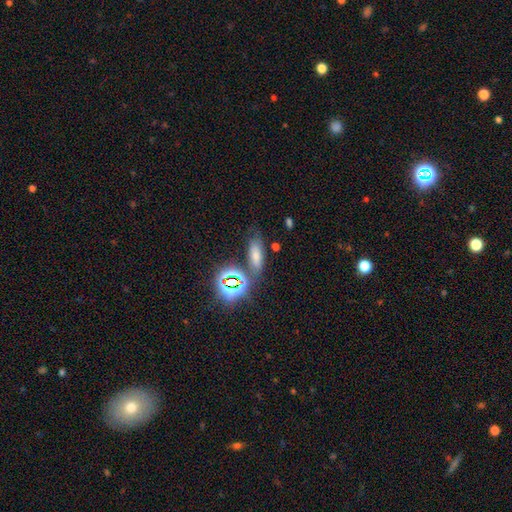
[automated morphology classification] type=smooth (61%); roundness=in between (64%); merging=none (70%).